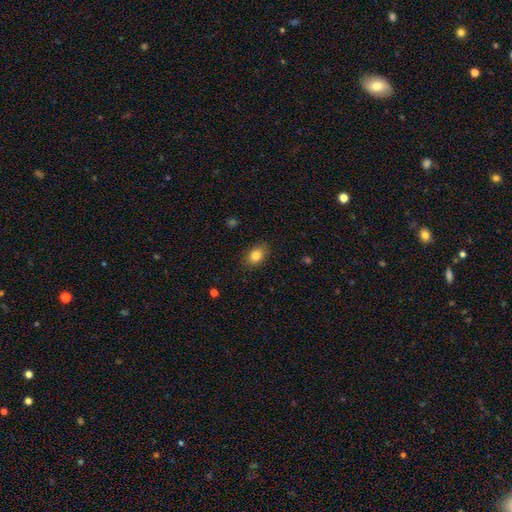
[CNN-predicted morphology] Smooth or featured? Predicted: smooth (p=0.84). How rounded? Predicted: in between (p=0.76). Merging? Predicted: none (p=0.85).